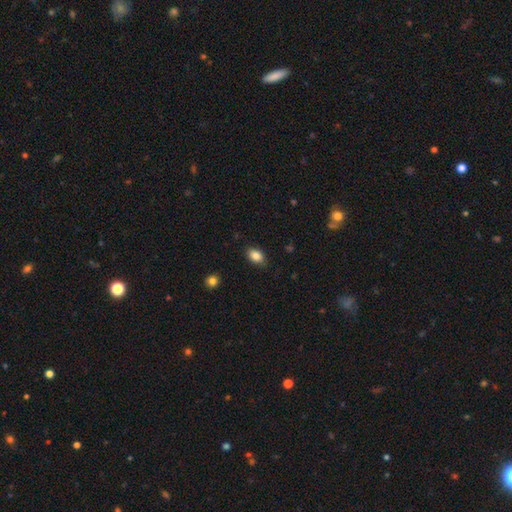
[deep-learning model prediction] A smooth galaxy with no disk features (86%) that is in between round and cigar-shaped (86%). Merging: none (85%).